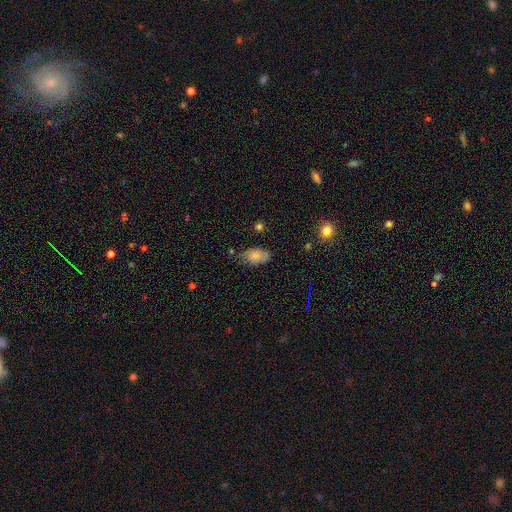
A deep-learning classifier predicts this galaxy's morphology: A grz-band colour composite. It shows a smooth galaxy with no disk features (80%) that is in between round and cigar-shaped (91%). Merging: none (58%).